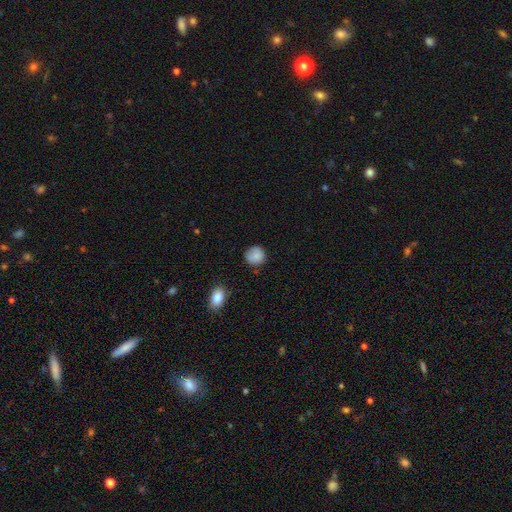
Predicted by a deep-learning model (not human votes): Overall: smooth (86%). How rounded: round (87%). Merging: none (76%).